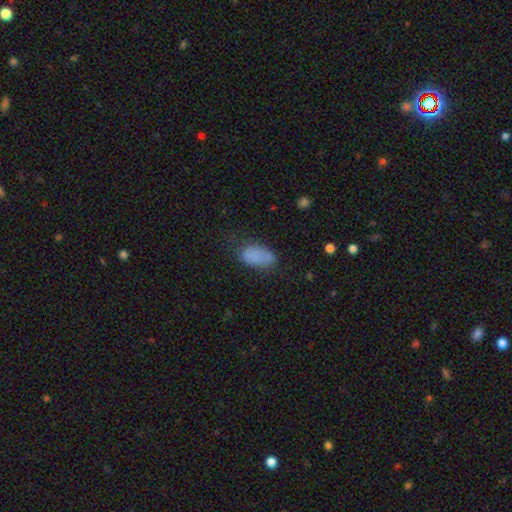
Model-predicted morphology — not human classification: This is clearly a smooth galaxy (81%). How rounded: clearly in between (92%). Merging: possibly none (56%).